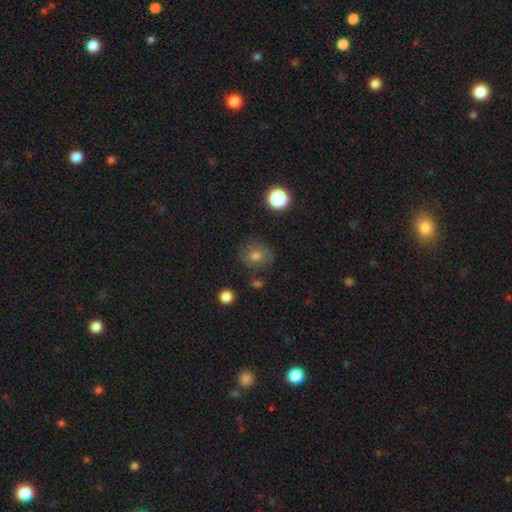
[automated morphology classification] type=smooth (69%); roundness=round (79%); merging=none (79%).